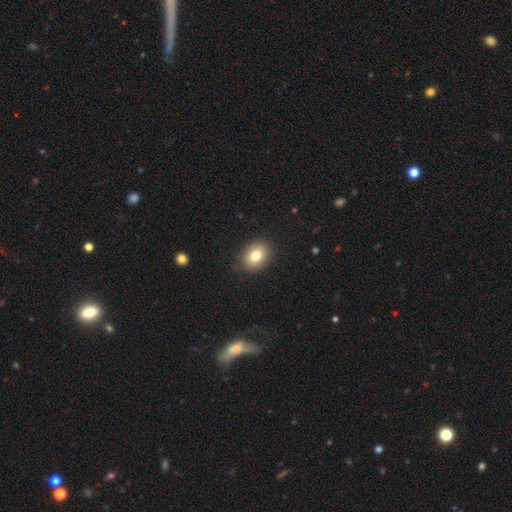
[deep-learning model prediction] Morphology: type=smooth (80%); roundness=in between (61%); merging=none (87%).